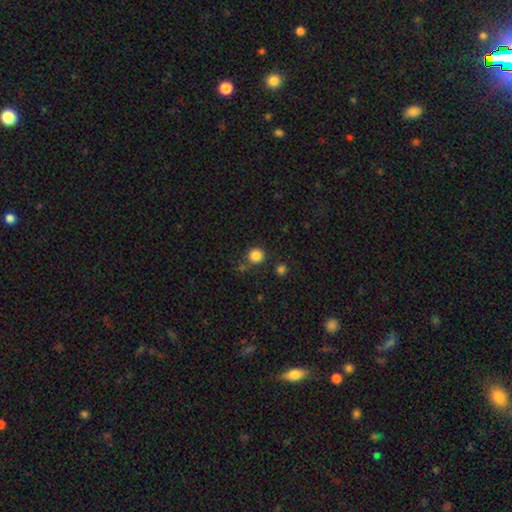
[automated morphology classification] smooth-or-featured: smooth: 85% | star or artifact: 11% | featured or disk: 4%
  how-rounded: round: 91% | in between: 8% | cigar-shaped: 1%
  merging: none: 80% | minor disturbance: 10% | merger: 7% | major disturbance: 3%